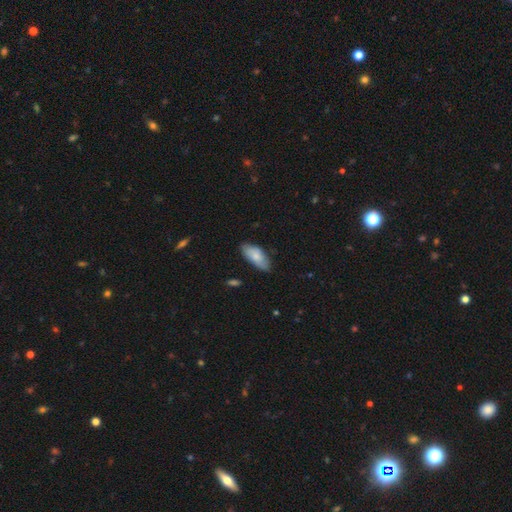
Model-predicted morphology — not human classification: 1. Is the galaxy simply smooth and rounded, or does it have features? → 79% smooth, 15% featured or disk, 6% star or artifact.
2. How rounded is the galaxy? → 88% in between, 11% cigar-shaped, 2% round.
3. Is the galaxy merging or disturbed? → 77% none, 19% minor disturbance, 3% major disturbance, 1% merger.